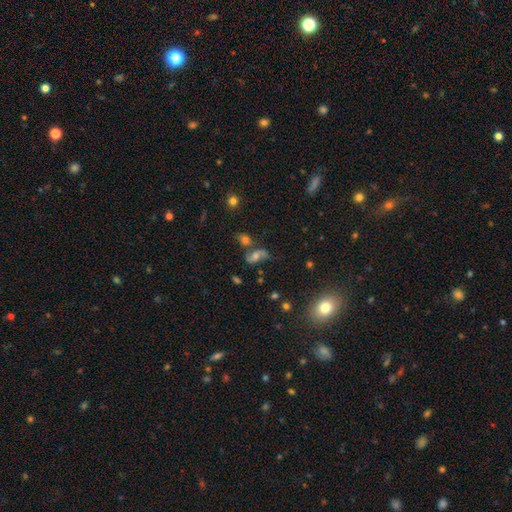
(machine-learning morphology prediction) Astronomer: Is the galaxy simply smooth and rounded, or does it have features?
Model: featured or disk — 55%.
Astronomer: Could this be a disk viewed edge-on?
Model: no — 93%.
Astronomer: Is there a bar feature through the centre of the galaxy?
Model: no — 59%.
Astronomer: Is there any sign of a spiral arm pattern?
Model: yes — 81%.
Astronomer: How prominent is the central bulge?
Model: moderate — 48% (runner-up: small, 27%).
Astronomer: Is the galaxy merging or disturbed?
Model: none — 47% (runner-up: merger, 23%).